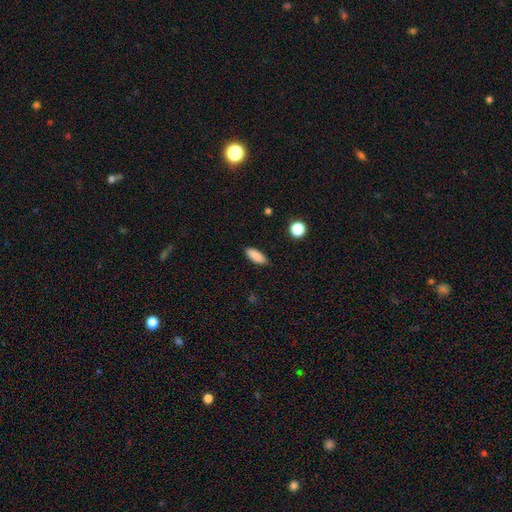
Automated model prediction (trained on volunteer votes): Smooth or featured? Predicted: smooth (p=0.88). How rounded? Predicted: in between (p=0.74). Merging? Predicted: none (p=0.86).